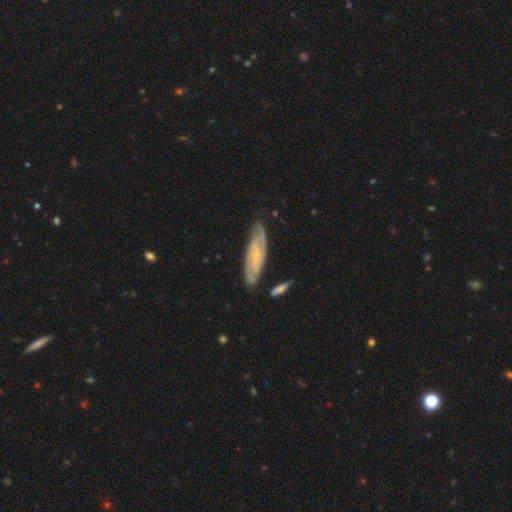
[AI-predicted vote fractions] Smooth or featured? Predicted: featured or disk (p=0.78). Edge-on disk? Predicted: no (p=0.85). Bar? Predicted: no (p=0.43). Spiral arms? Predicted: yes (p=0.94). Spiral winding? Predicted: tight (p=0.55). Spiral arm count? Predicted: 2 (p=0.65). Bulge size? Predicted: small (p=0.73). Merging? Predicted: none (p=0.76).